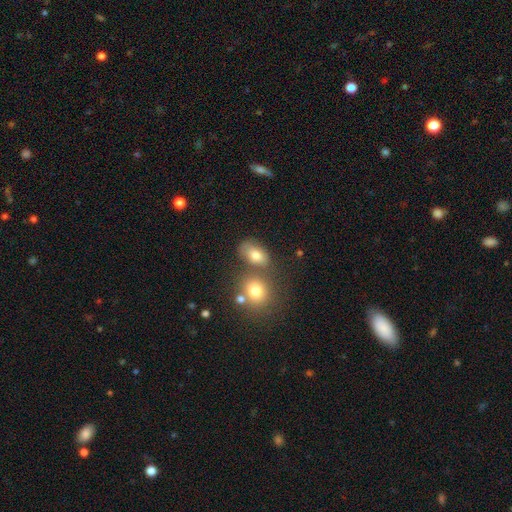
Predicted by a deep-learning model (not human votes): Smooth or featured: smooth — 76% (star or artifact — 13%)
How rounded: in between — 77% (round — 21%)
Merging: none — 53% (merger — 25%)